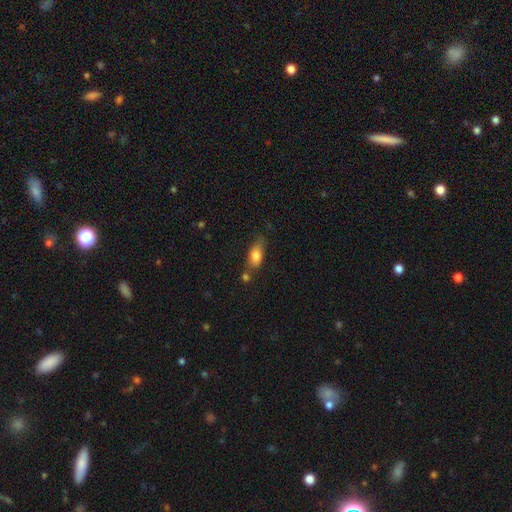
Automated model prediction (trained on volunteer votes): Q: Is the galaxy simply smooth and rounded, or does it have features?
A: smooth — 79%.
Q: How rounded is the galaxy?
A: in between — 82%.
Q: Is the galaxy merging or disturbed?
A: none — 58%.